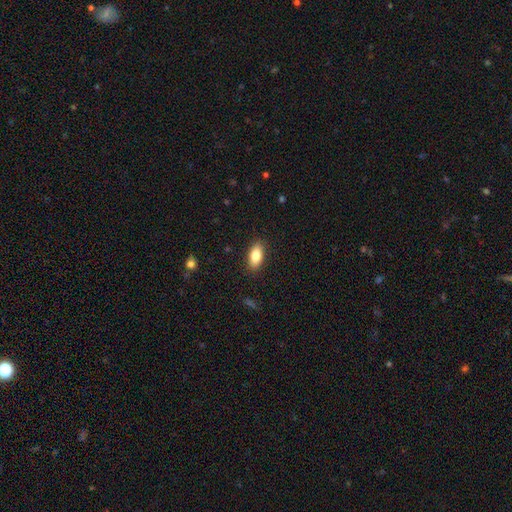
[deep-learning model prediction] Q: Smooth or featured?
A: smooth (83%); runner-up: featured or disk (10%)
Q: How rounded?
A: in between (88%); runner-up: cigar-shaped (8%)
Q: Merging?
A: none (87%); runner-up: minor disturbance (9%)